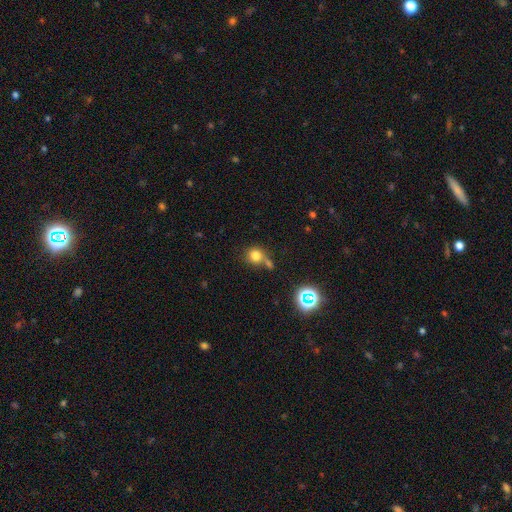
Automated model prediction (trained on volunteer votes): Morphology: type=smooth (78%); roundness=round (86%); merging=none (53%).